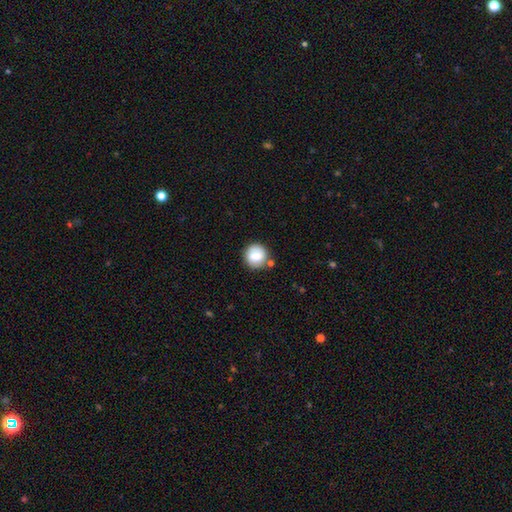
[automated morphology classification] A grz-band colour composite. It shows a smooth galaxy with no disk features (77%) that is round (90%). Merging: none (76%).